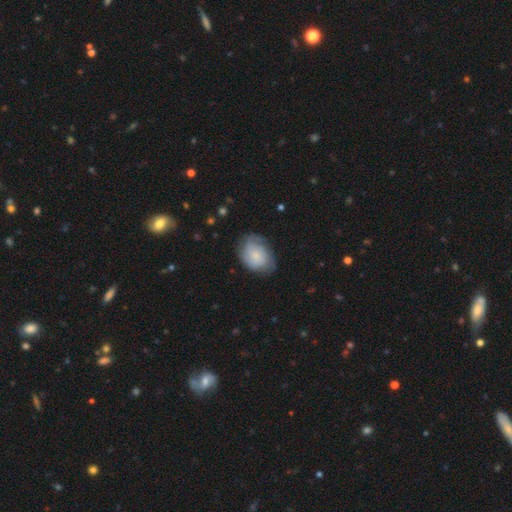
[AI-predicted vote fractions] smooth_or_featured: smooth (p=0.56) [alt: featured or disk p=0.38]
how_rounded: in between (p=0.66) [alt: round p=0.33]
merging: none (p=0.61) [alt: minor disturbance p=0.28]